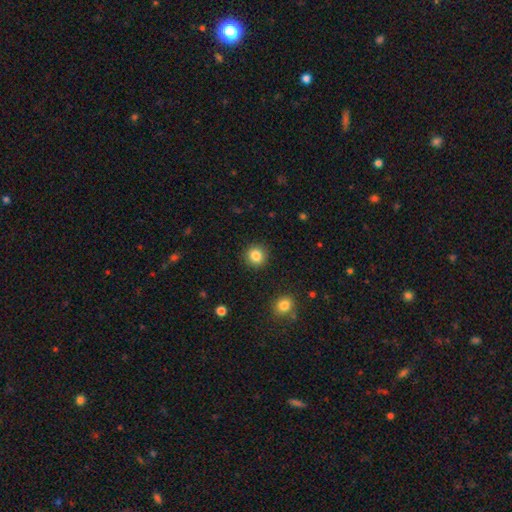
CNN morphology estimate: Smooth or featured? smooth (85%)
How rounded? round (91%)
Merging? none (91%)